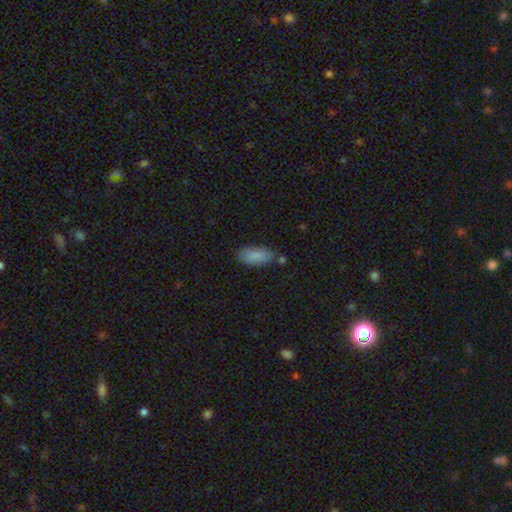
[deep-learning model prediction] Overall: smooth (87%). How rounded: in between (86%). Merging: none (75%).